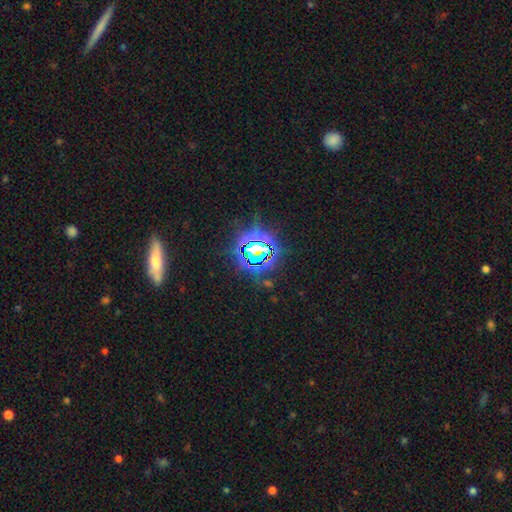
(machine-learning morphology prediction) Smooth or featured? star or artifact (78%)